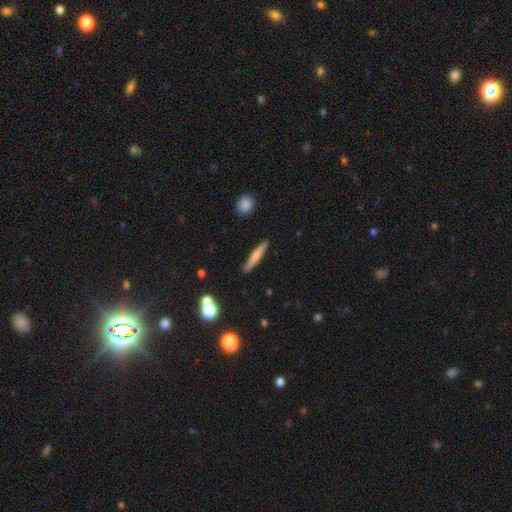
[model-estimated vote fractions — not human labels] Overall: smooth (67%). How rounded: cigar-shaped (91%). Merging: none (89%).